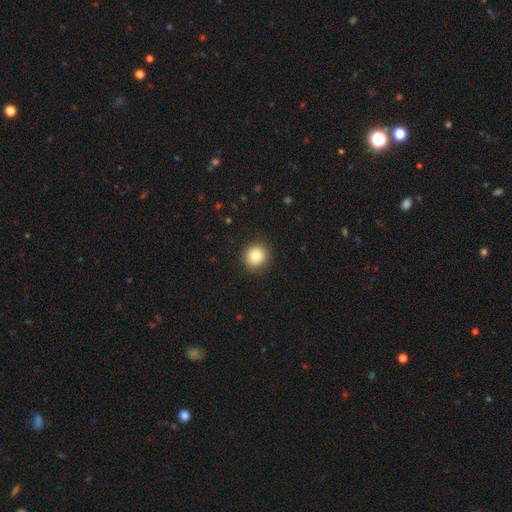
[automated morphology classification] A smooth galaxy with no disk features (85%) that is round (91%).

Vote fractions:
- Smooth or featured? smooth: 85% / star or artifact: 9% / featured or disk: 5%
- How rounded? round: 91% / in between: 8% / cigar-shaped: 1%
- Merging? none: 90% / minor disturbance: 7% / major disturbance: 2% / merger: 1%